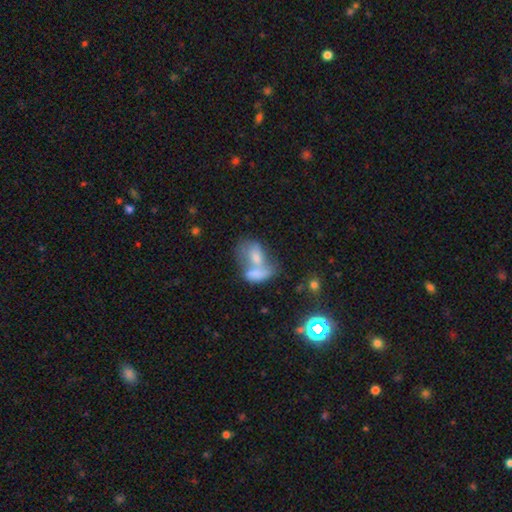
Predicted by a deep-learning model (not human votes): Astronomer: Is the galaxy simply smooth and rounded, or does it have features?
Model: smooth — 65%.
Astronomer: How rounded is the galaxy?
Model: in between — 82%.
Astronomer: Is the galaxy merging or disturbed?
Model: merger — 72%.